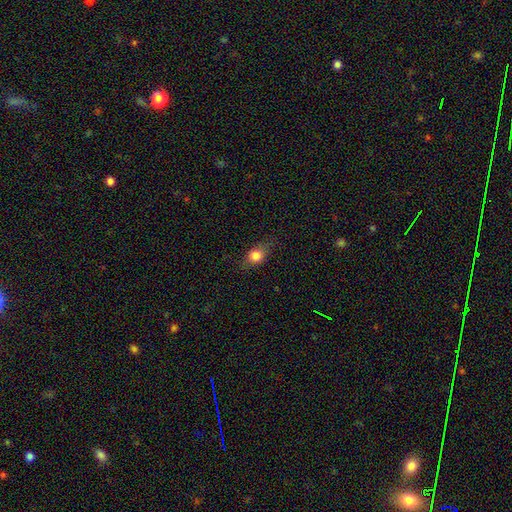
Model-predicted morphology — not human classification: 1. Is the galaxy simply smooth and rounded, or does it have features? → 78% smooth, 12% featured or disk, 10% star or artifact.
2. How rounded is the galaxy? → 53% in between, 42% round, 5% cigar-shaped.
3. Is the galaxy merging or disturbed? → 74% none, 20% minor disturbance, 6% major disturbance, 1% merger.